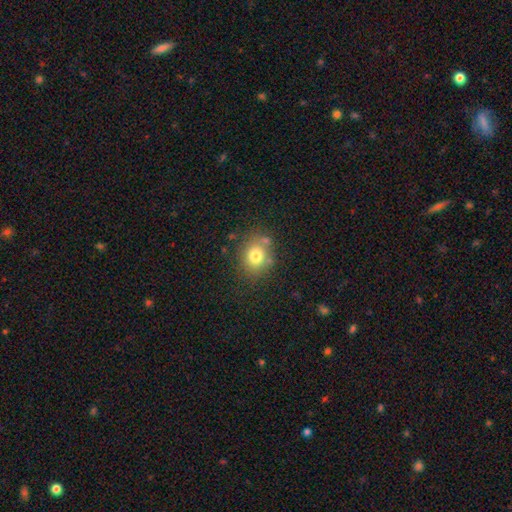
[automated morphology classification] This is likely a smooth galaxy (76%). How rounded: likely round (61%). Merging: likely none (72%).